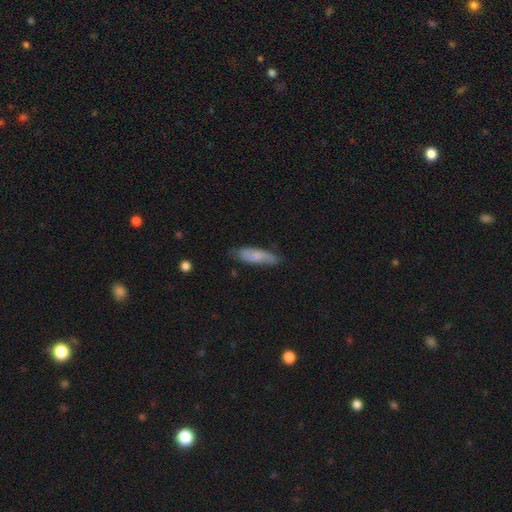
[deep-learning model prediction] The model was most divided on "how rounded": in between: 50%, cigar-shaped: 48%, round: 2%. More confident: merging — none (72%); smooth or featured — smooth (67%).